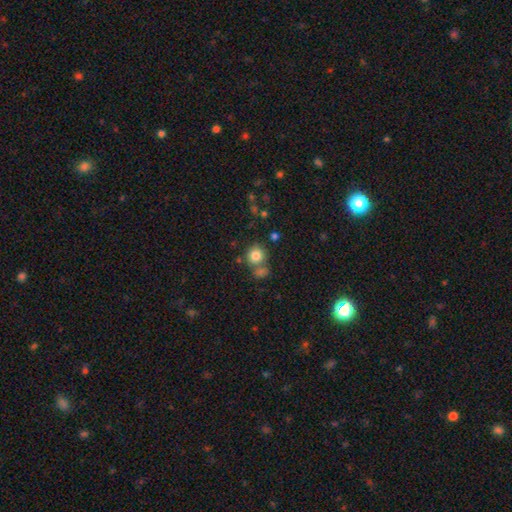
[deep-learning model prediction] Q: Smooth or featured?
A: smooth (81%); runner-up: star or artifact (11%)
Q: How rounded?
A: round (87%); runner-up: in between (12%)
Q: Merging?
A: none (62%); runner-up: merger (23%)